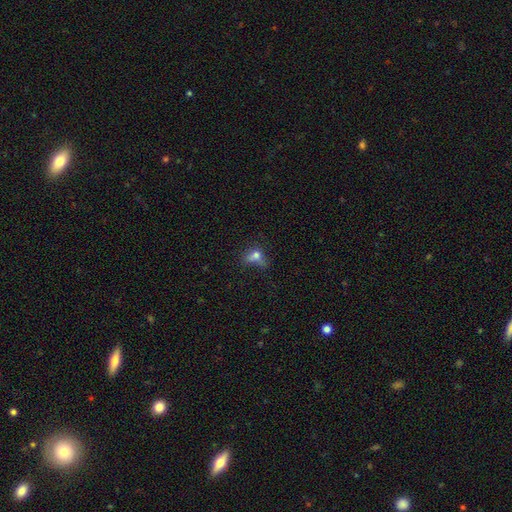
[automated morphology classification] This appears to be a smooth galaxy with no disk features (64%) that is in between round and cigar-shaped (57%). Merging: none (33%).